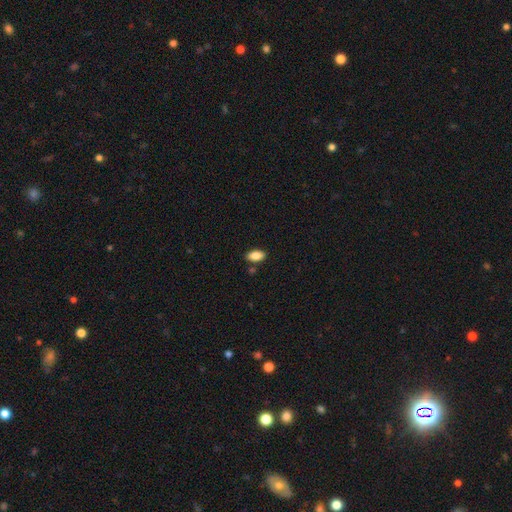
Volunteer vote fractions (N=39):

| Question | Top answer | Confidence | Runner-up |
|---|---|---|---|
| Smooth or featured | smooth | 90% | star or artifact (10%) |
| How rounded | in between | 97% | round (3%) |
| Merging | none | 86% | minor disturbance (11%) |